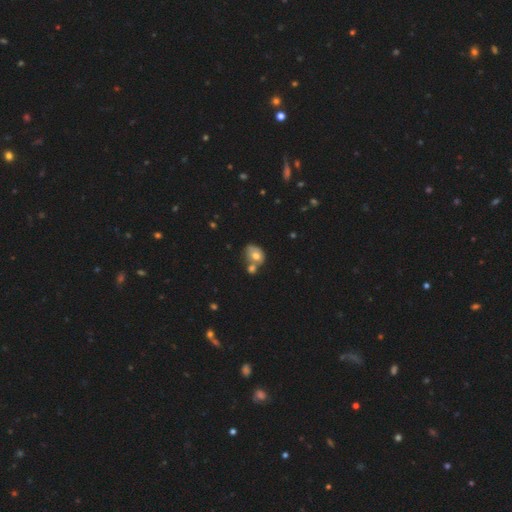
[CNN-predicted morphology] Q: Smooth or featured?
A: smooth (66%); runner-up: featured or disk (23%)
Q: How rounded?
A: in between (65%); runner-up: round (34%)
Q: Merging?
A: merger (47%); runner-up: none (32%)